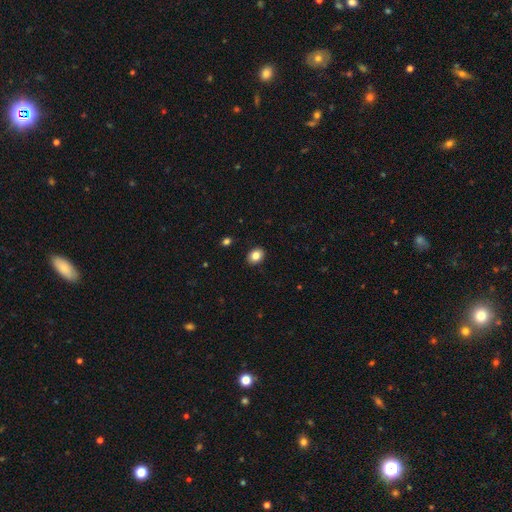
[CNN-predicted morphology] Q: Smooth or featured?
A: smooth (84%); runner-up: star or artifact (9%)
Q: How rounded?
A: in between (61%); runner-up: round (38%)
Q: Merging?
A: none (90%); runner-up: minor disturbance (7%)